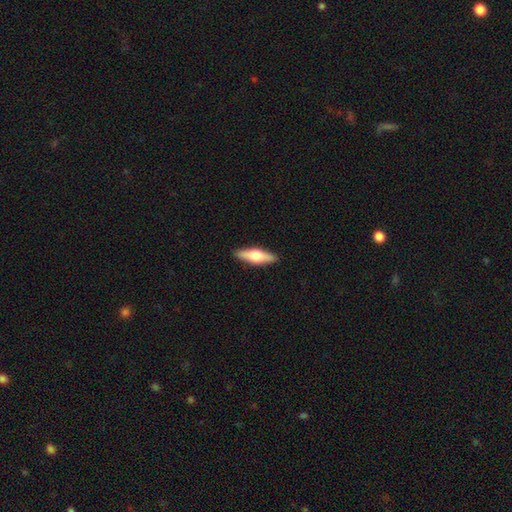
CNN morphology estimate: Smooth or featured?
  - smooth: 53% *
  - featured or disk: 41%
  - star or artifact: 5%
How rounded?
  - cigar-shaped: 55% *
  - in between: 43%
  - round: 2%
Merging?
  - none: 90% *
  - minor disturbance: 8%
  - major disturbance: 2%
  - merger: 1%